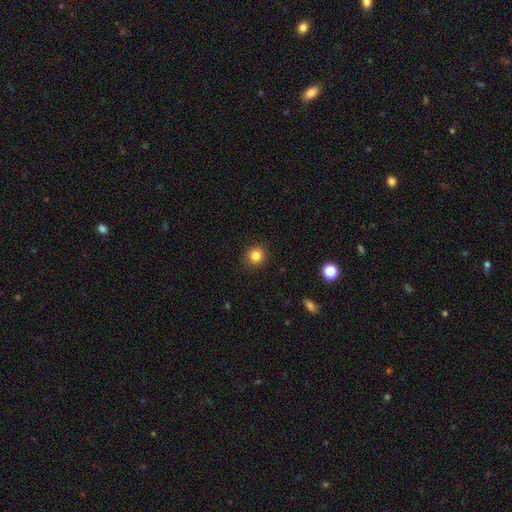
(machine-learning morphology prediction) This is clearly a smooth galaxy (84%). How rounded: clearly round (91%). Merging: clearly none (91%).